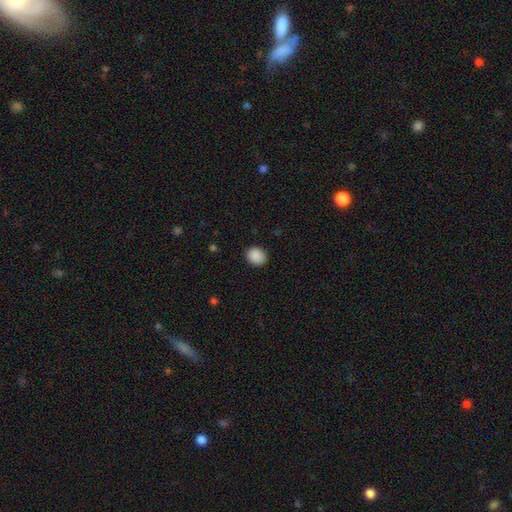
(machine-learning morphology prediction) Smooth or featured? Predicted: smooth (p=0.89). How rounded? Predicted: round (p=0.59). Merging? Predicted: none (p=0.88).